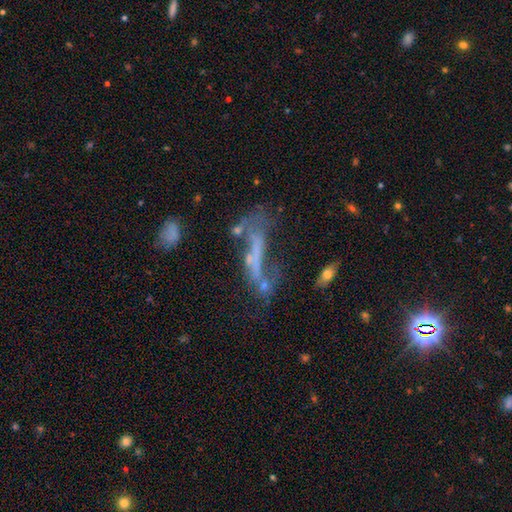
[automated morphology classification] This is possibly a featured or disk galaxy (51%). It is likely not viewed edge-on (78%). Merging: marginally major disturbance (34%).